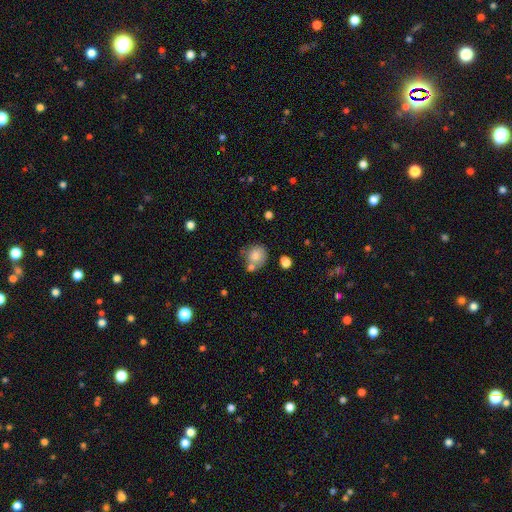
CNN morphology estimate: The model was most divided on "merging": none: 51%, merger: 25%, minor disturbance: 18%, major disturbance: 6%. More confident: how rounded — round (81%); smooth or featured — smooth (78%).